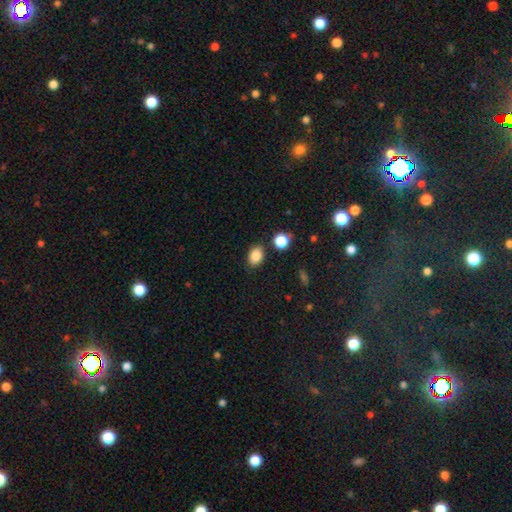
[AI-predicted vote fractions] This is clearly a smooth galaxy (85%). How rounded: likely in between (75%). Merging: clearly none (82%).